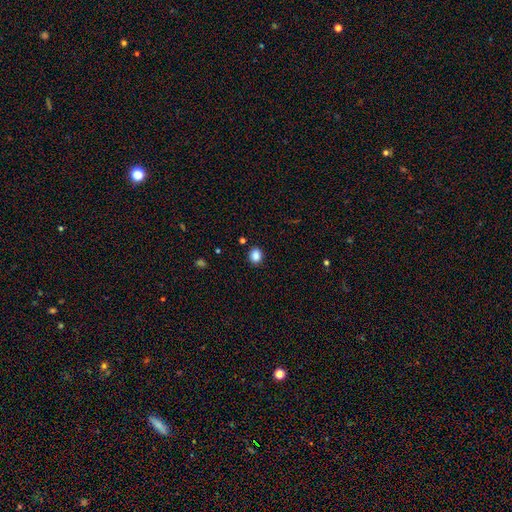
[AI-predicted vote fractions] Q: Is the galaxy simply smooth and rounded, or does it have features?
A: smooth — 87%.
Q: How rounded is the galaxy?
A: round — 54%.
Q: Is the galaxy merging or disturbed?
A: none — 87%.